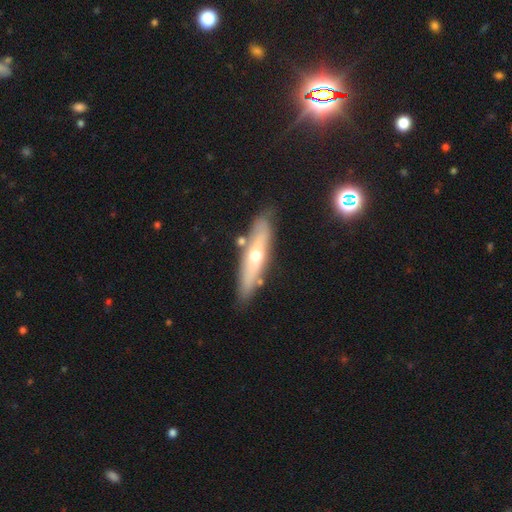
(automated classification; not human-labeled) Morphology: type=featured or disk (53%); edge-on=yes (65%); merging=none (78%).